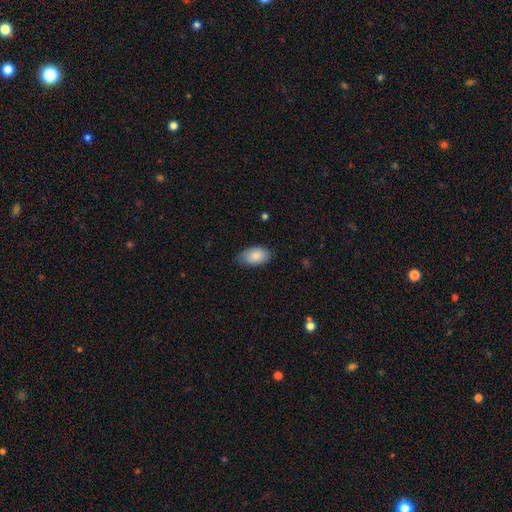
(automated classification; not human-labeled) A smooth galaxy with no disk features (83%) that is in between round and cigar-shaped (93%).

Vote fractions:
- Smooth or featured? smooth: 83% / featured or disk: 11% / star or artifact: 6%
- How rounded? in between: 93% / round: 6% / cigar-shaped: 2%
- Merging? none: 72% / minor disturbance: 23% / major disturbance: 4% / merger: 1%